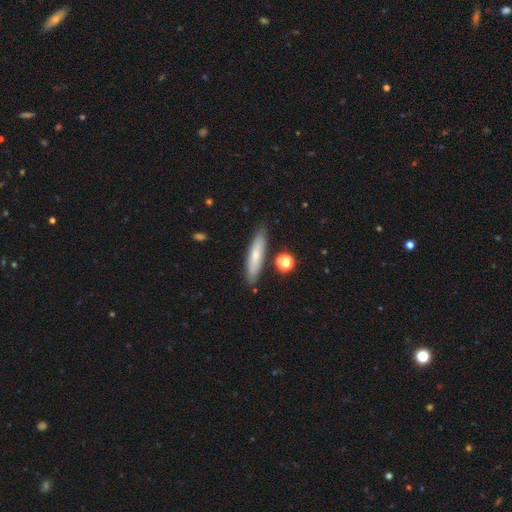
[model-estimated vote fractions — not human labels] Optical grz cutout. It shows a smooth galaxy with no disk features (65%) that is cigar-shaped (80%). Merging: none (84%).